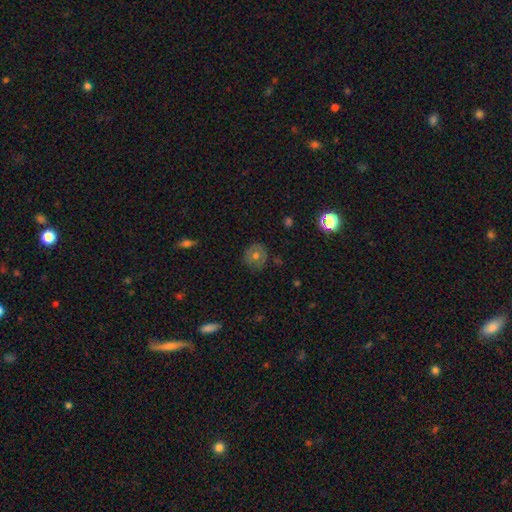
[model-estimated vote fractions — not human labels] Q: Smooth or featured?
A: smooth (58%); runner-up: featured or disk (27%)
Q: How rounded?
A: round (87%); runner-up: in between (12%)
Q: Merging?
A: none (82%); runner-up: minor disturbance (13%)